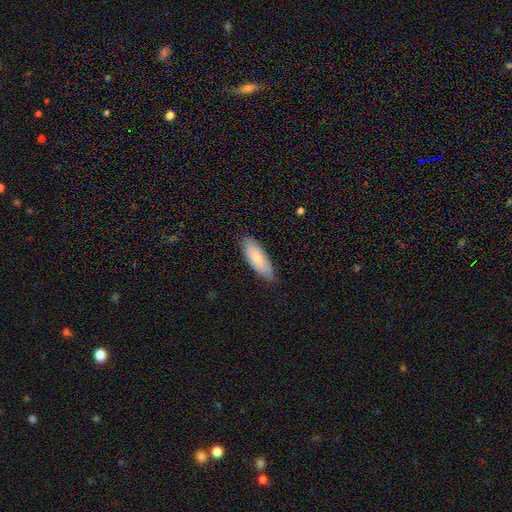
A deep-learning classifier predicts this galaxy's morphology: smooth-or-featured: smooth: 76% | featured or disk: 18% | star or artifact: 6%
  how-rounded: in between: 72% | cigar-shaped: 26% | round: 2%
  merging: none: 81% | minor disturbance: 15% | major disturbance: 2% | merger: 1%